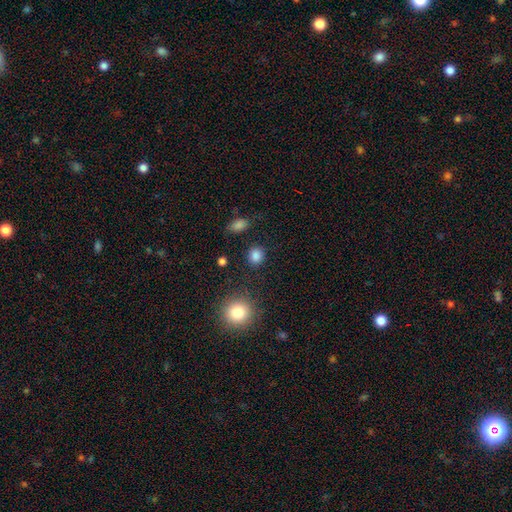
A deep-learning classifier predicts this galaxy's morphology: The model was most divided on "how rounded": round: 77%, in between: 22%, cigar-shaped: 1%. More confident: merging — none (86%); smooth or featured — smooth (85%).